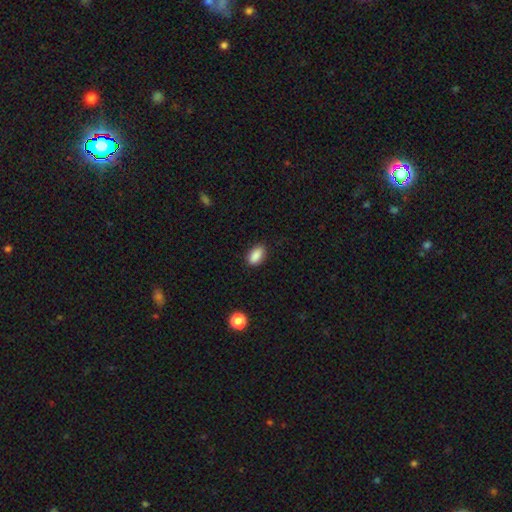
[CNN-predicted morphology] Smooth or featured? Predicted: smooth (p=0.88). How rounded? Predicted: in between (p=0.89). Merging? Predicted: none (p=0.86).